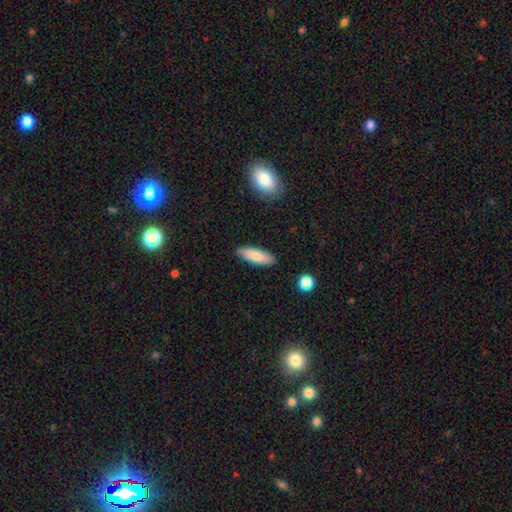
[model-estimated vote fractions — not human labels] smooth-or-featured: smooth: 81% | featured or disk: 13% | star or artifact: 6%
  how-rounded: in between: 60% | cigar-shaped: 38% | round: 2%
  merging: none: 88% | minor disturbance: 9% | major disturbance: 2% | merger: 1%